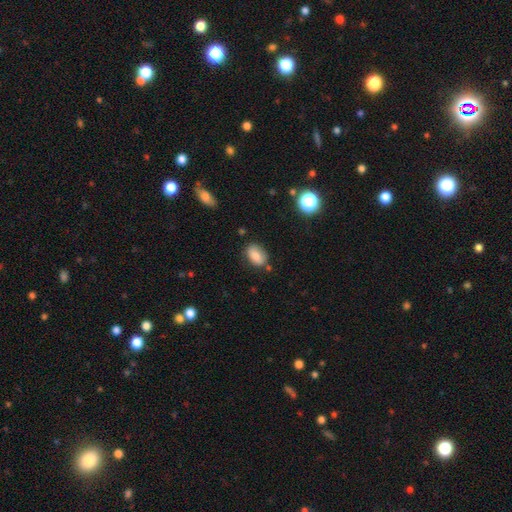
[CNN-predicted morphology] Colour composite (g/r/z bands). It shows a smooth galaxy with no disk features (80%) that is in between round and cigar-shaped (85%). Merging: none (72%).